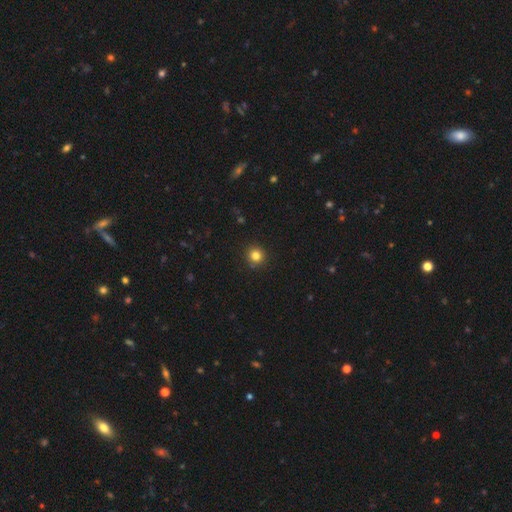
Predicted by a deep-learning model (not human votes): This appears to be a smooth galaxy with no disk features (82%) that is round (94%). Merging: none (92%).